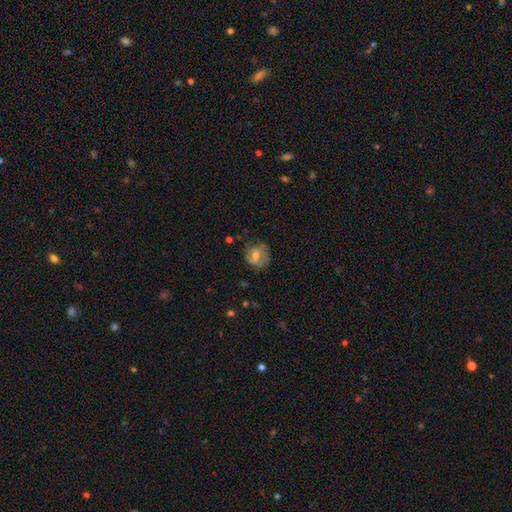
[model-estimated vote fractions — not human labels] A smooth galaxy with no disk features (54%) that is round (73%). Merging: none (61%).